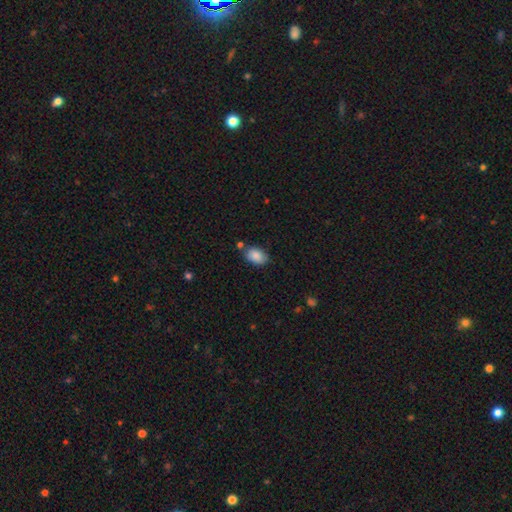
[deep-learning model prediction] Q: Smooth or featured?
A: smooth (87%); runner-up: star or artifact (7%)
Q: How rounded?
A: in between (87%); runner-up: round (11%)
Q: Merging?
A: none (72%); runner-up: minor disturbance (18%)